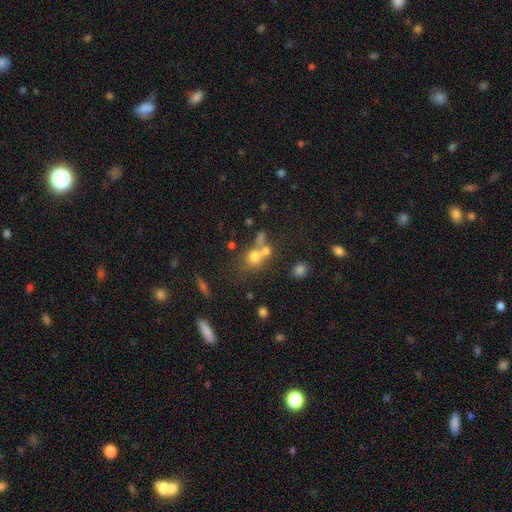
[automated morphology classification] smooth 63%, star or artifact 19%, featured or disk 19%. Down the decision tree: how rounded — round (72%); merging — merger (45%).